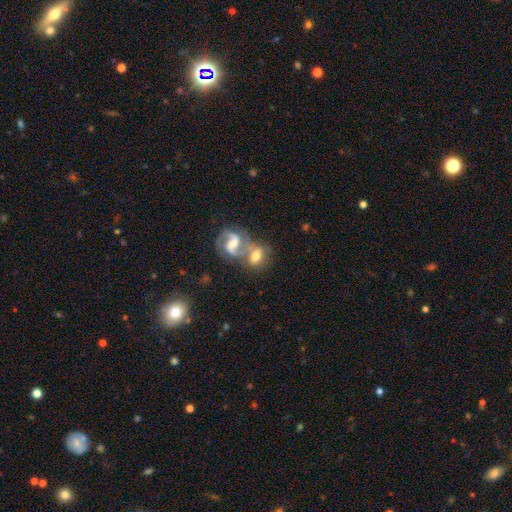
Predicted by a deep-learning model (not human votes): smooth-or-featured: featured or disk: 57% | smooth: 35% | star or artifact: 8%
  disk-edge-on: no: 95% | yes: 5%
    bar: weak: 46% | no: 27% | strong: 26%
    has-spiral-arms: yes: 85% | no: 15%
    bulge-size: moderate: 50% | small: 27% | large: 15% | none: 7% | dominant: 2%
  merging: merger: 59% | none: 28% | minor disturbance: 9% | major disturbance: 5%